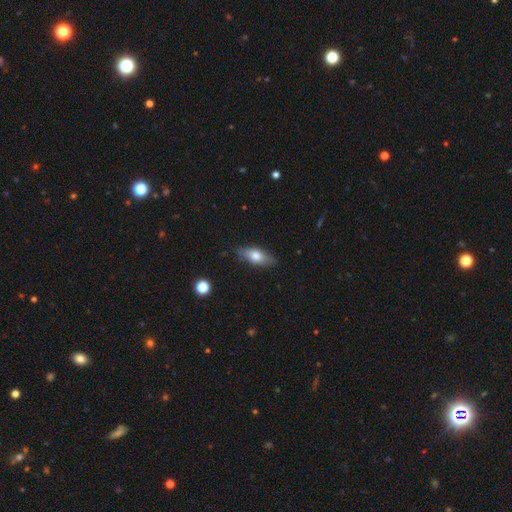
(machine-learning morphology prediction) type=smooth (66%); roundness=in between (74%); merging=none (81%).